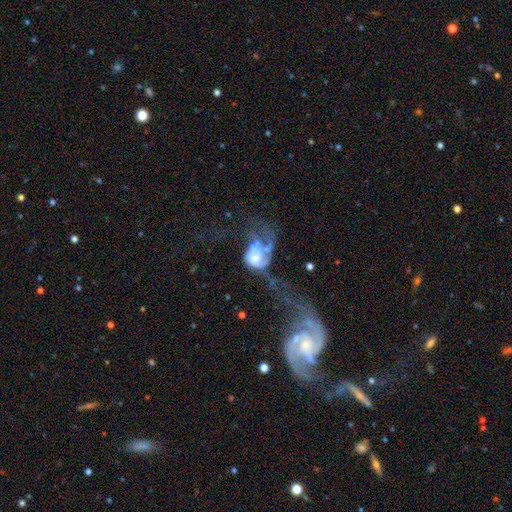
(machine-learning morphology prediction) Q: Smooth or featured?
A: featured or disk (61%); runner-up: smooth (28%)
Q: Edge-on disk?
A: no (98%); runner-up: yes (2%)
Q: Bar?
A: no (80%); runner-up: weak (15%)
Q: Spiral arms?
A: no (52%); runner-up: yes (48%)
Q: Bulge size?
A: none (27%); runner-up: moderate (26%)
Q: Merging?
A: major disturbance (47%); runner-up: merger (32%)